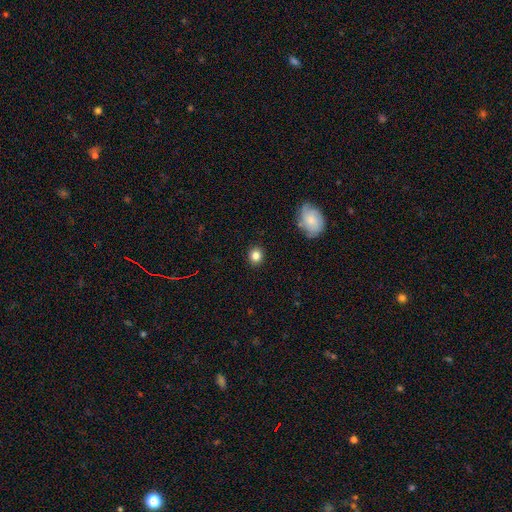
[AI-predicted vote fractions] Morphology: type=smooth (83%); roundness=round (79%); merging=none (90%).